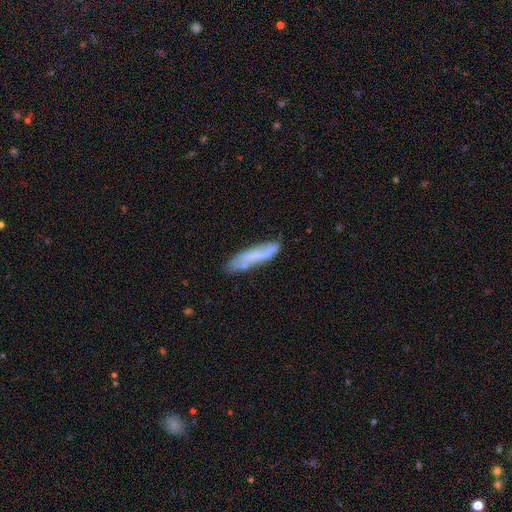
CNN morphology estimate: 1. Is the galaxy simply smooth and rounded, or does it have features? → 55% smooth, 38% featured or disk, 8% star or artifact.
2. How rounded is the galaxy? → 75% cigar-shaped, 24% in between, 2% round.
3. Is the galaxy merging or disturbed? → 67% none, 22% minor disturbance, 6% major disturbance, 5% merger.